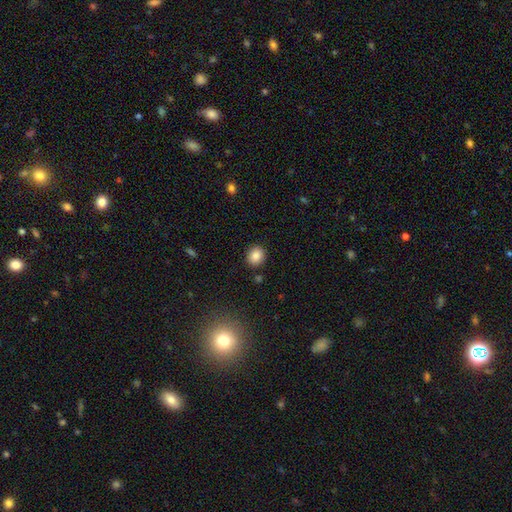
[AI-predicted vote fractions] Q: Smooth or featured?
A: smooth (85%); runner-up: star or artifact (10%)
Q: How rounded?
A: round (77%); runner-up: in between (22%)
Q: Merging?
A: none (89%); runner-up: minor disturbance (7%)